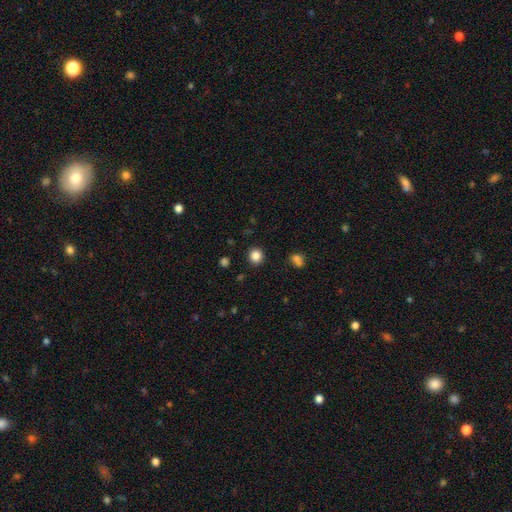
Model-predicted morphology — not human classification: Smooth or featured? Predicted: smooth (p=0.85). How rounded? Predicted: round (p=0.91). Merging? Predicted: none (p=0.91).